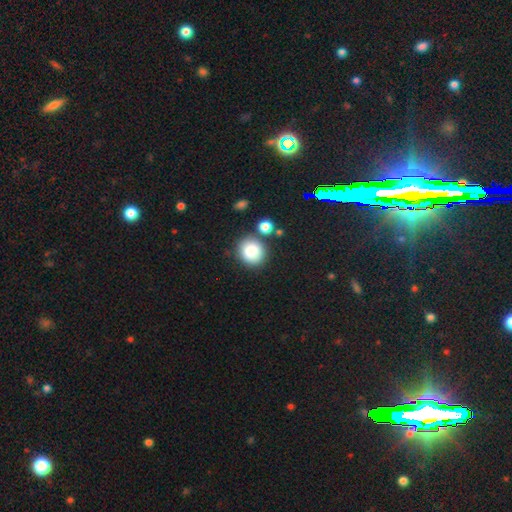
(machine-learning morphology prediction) A smooth galaxy with no disk features (78%) that is round (85%). Merging: none (81%).